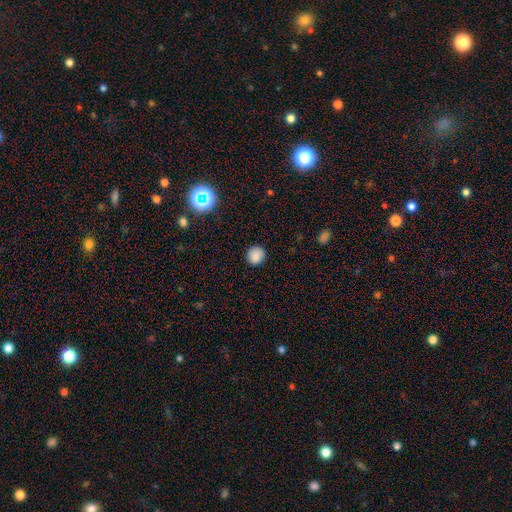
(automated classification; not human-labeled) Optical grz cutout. It shows a smooth galaxy with no disk features (84%) that is round (89%). Merging: none (90%).